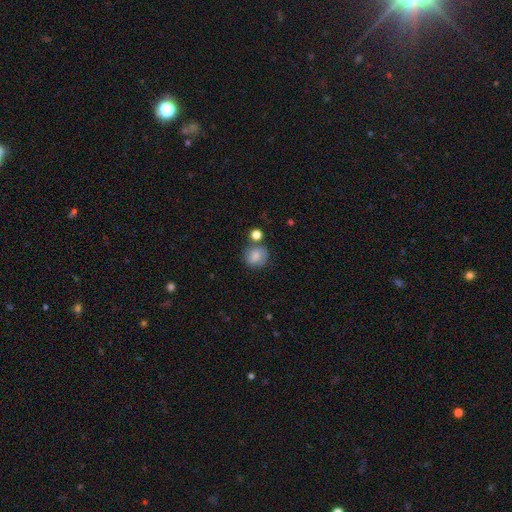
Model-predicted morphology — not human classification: Q: Smooth or featured?
A: smooth (79%); runner-up: featured or disk (12%)
Q: How rounded?
A: round (82%); runner-up: in between (18%)
Q: Merging?
A: none (63%); runner-up: minor disturbance (17%)